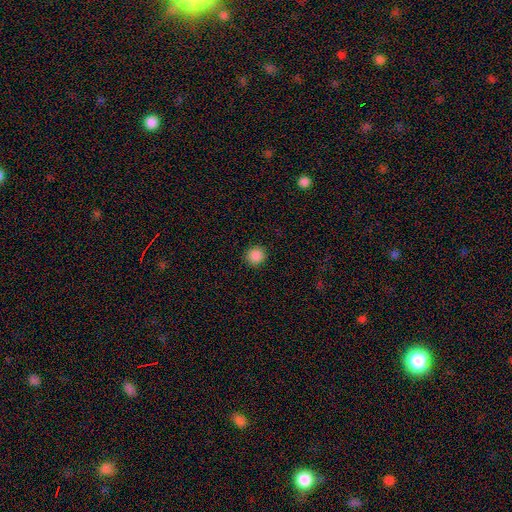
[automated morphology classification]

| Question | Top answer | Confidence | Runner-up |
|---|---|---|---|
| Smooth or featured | smooth | 87% | star or artifact (10%) |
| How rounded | round | 93% | in between (6%) |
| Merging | none | 91% | minor disturbance (6%) |